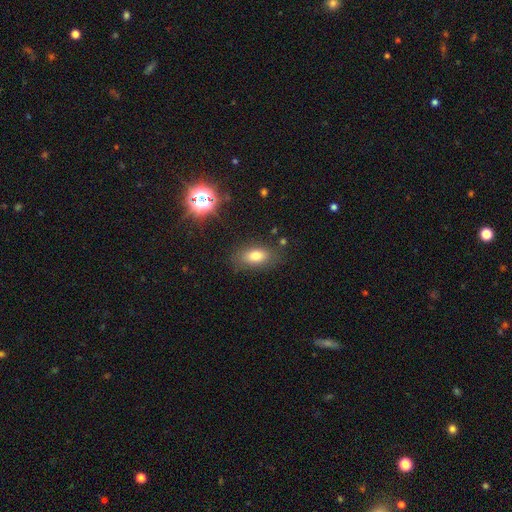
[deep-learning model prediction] smooth-or-featured: smooth: 76% | featured or disk: 12% | star or artifact: 12%
  how-rounded: in between: 86% | round: 8% | cigar-shaped: 7%
  merging: none: 80% | minor disturbance: 14% | major disturbance: 4% | merger: 2%